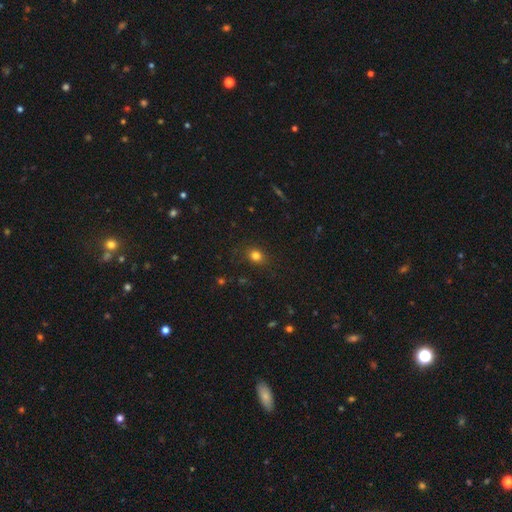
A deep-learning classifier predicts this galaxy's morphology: A smooth galaxy with no disk features (80%) that is round (67%). Merging: none (84%).